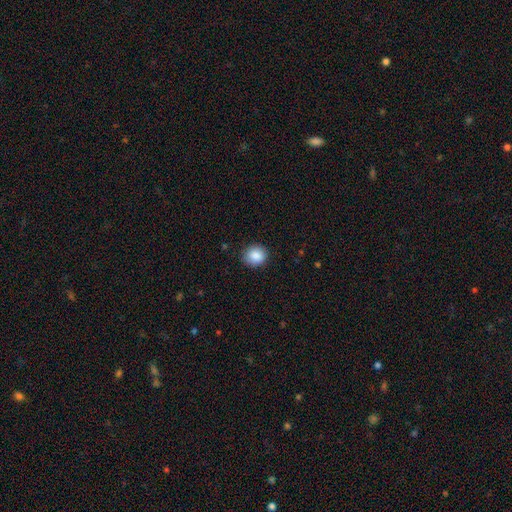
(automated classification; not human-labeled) The model was most divided on "how rounded": round: 79%, in between: 20%, cigar-shaped: 1%. More confident: smooth or featured — smooth (88%); merging — none (87%).